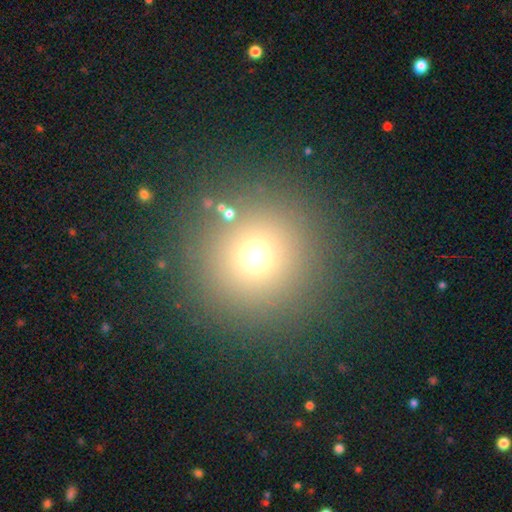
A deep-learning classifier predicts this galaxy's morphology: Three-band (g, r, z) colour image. It shows a smooth galaxy with no disk features (68%) that is round (95%). Merging: none (87%).